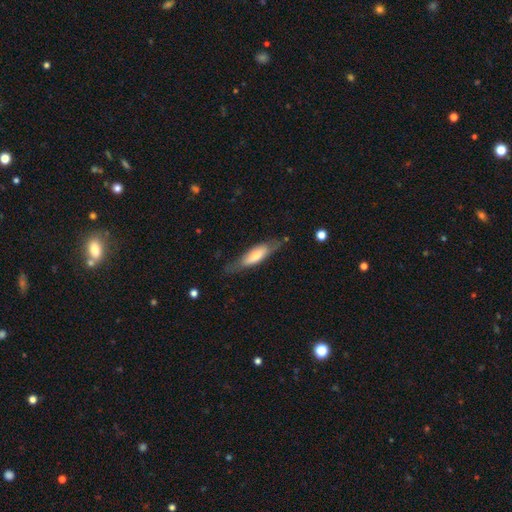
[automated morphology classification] This is possibly a smooth galaxy (60%). How rounded: possibly cigar-shaped (51%). Merging: likely none (67%).